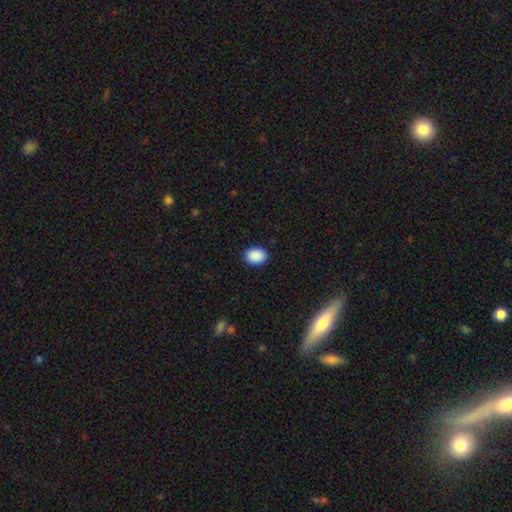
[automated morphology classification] Smooth or featured?
  - smooth: 91% *
  - star or artifact: 7%
  - featured or disk: 2%
How rounded?
  - in between: 71% *
  - round: 28%
  - cigar-shaped: 1%
Merging?
  - none: 90% *
  - minor disturbance: 7%
  - major disturbance: 2%
  - merger: 1%